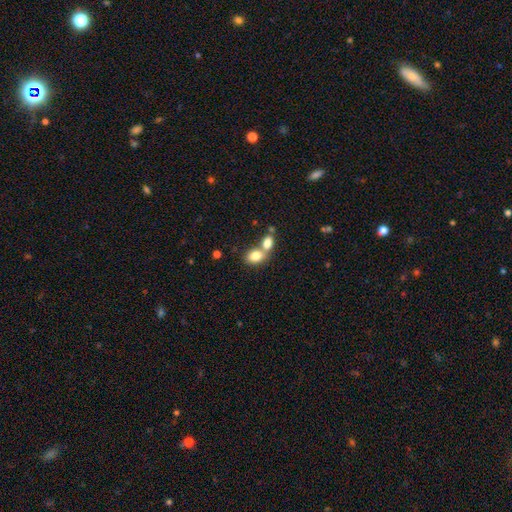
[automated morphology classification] A smooth galaxy with no disk features (81%) that is in between round and cigar-shaped (77%). Merging: merger (58%).